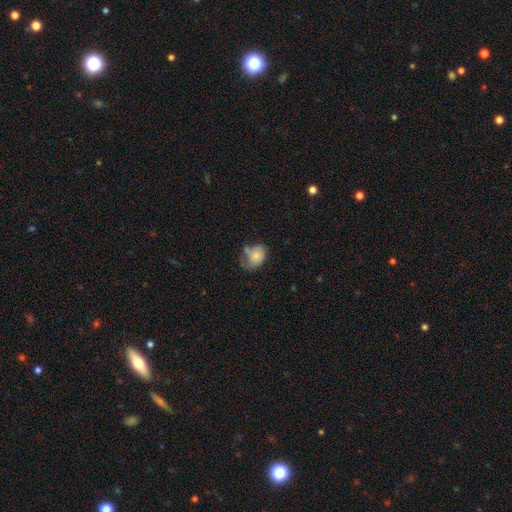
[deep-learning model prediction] Smooth or featured? smooth (69%)
How rounded? in between (71%)
Merging? minor disturbance (31%)